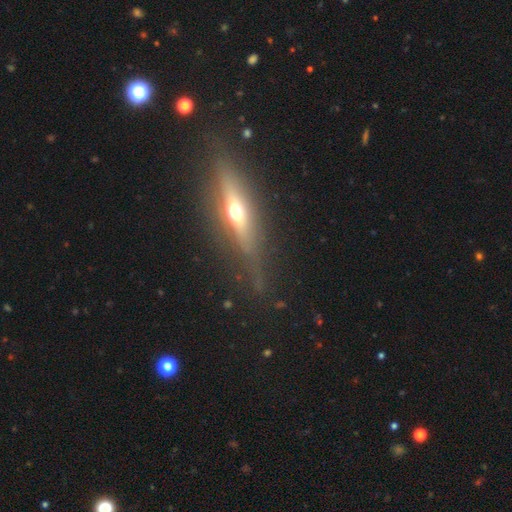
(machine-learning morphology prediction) featured or disk 75%, smooth 17%, star or artifact 8%. Down the decision tree: edge-on disk — yes (94%); edge-on bulge — rounded (91%); merging — none (83%).